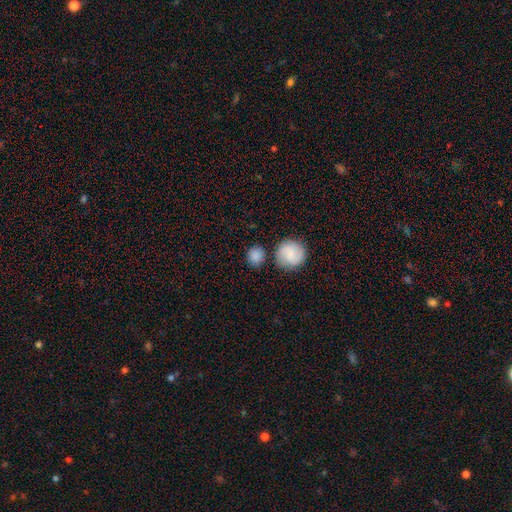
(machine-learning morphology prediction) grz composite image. It shows a smooth galaxy with no disk features (80%) that is round (86%). Merging: none (71%).